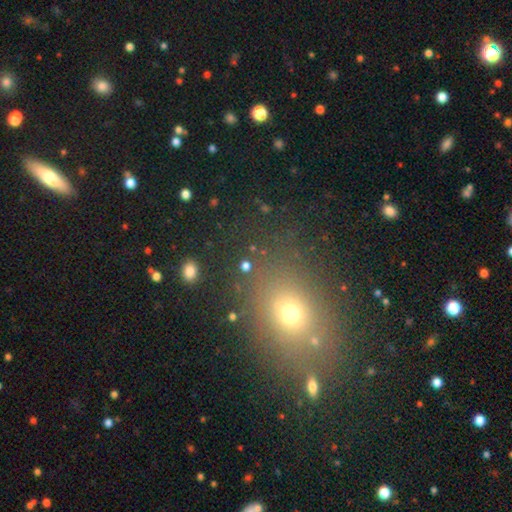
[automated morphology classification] smooth 59%, star or artifact 29%, featured or disk 12%. Down the decision tree: how rounded — in between (54%); merging — none (83%).